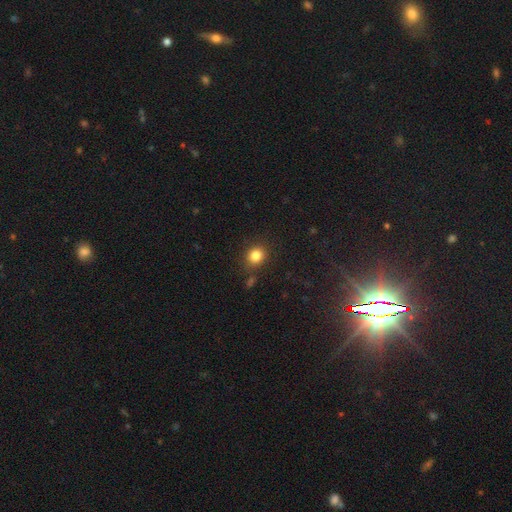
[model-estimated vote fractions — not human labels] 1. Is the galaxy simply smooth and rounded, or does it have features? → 83% smooth, 12% star or artifact, 5% featured or disk.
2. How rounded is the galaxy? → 74% round, 25% in between, 1% cigar-shaped.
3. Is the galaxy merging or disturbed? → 83% none, 11% minor disturbance, 3% major disturbance, 3% merger.